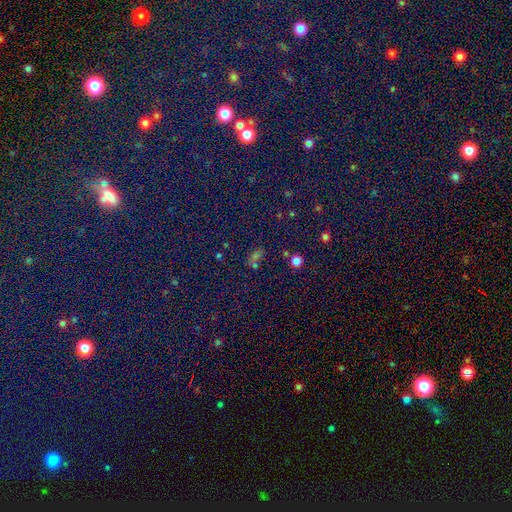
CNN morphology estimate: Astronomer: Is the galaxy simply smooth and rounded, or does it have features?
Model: star or artifact — 52% (runner-up: smooth, 37%).